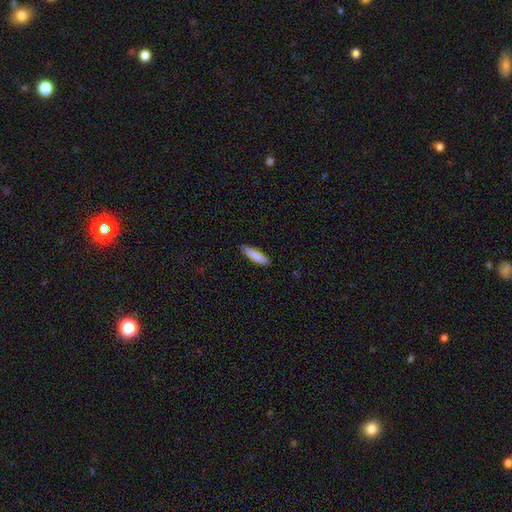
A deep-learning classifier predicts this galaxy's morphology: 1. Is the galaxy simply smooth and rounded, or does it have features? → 87% smooth, 8% featured or disk, 6% star or artifact.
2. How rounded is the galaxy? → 70% cigar-shaped, 29% in between, 1% round.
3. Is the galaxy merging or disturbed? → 86% none, 11% minor disturbance, 2% major disturbance, 1% merger.